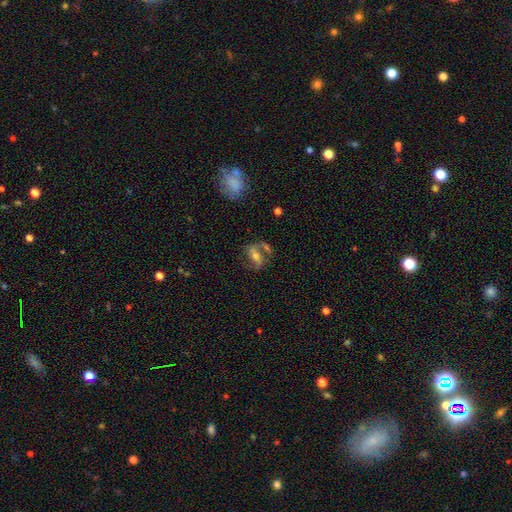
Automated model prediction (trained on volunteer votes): Morphology: type=featured or disk (68%); edge-on=no (94%); bar=strong (36%); spiral arms=yes (84%); winding=loose (43%); arm count=2 (81%); bulge=moderate (56%); merging=none (52%).